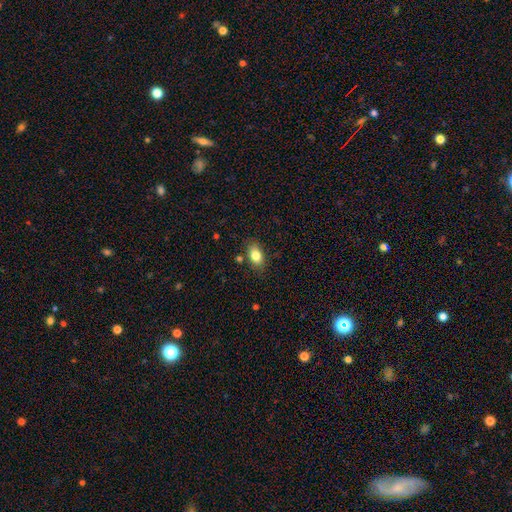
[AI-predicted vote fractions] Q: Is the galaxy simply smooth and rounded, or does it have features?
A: smooth — 83%.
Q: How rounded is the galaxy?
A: in between — 87%.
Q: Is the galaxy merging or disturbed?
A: none — 80%.